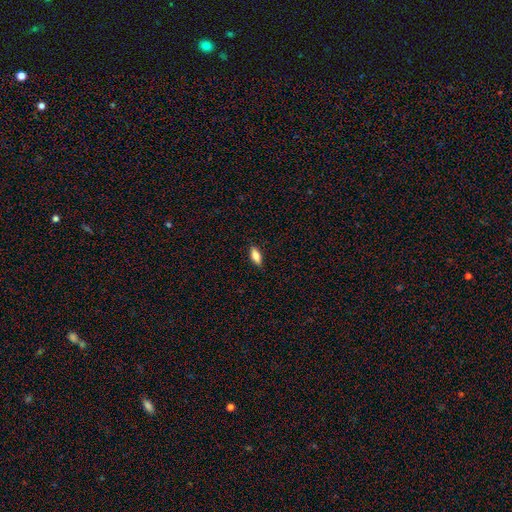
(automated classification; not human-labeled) Morphology: type=smooth (78%); roundness=in between (74%); merging=none (86%).